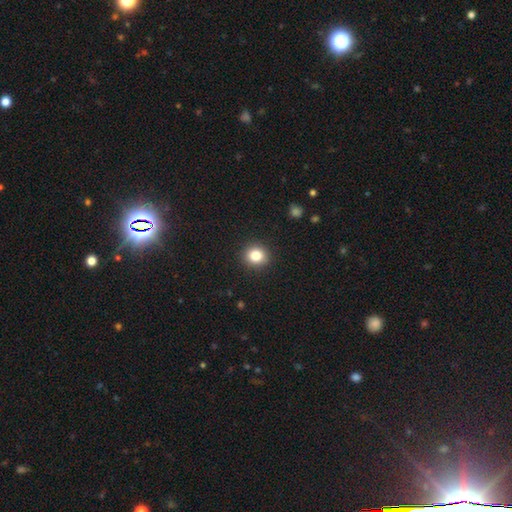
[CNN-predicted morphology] A smooth galaxy with no disk features (84%) that is round (85%).

Vote fractions:
- Smooth or featured? smooth: 84% / star or artifact: 11% / featured or disk: 6%
- How rounded? round: 85% / in between: 14% / cigar-shaped: 1%
- Merging? none: 91% / minor disturbance: 6% / major disturbance: 2% / merger: 1%